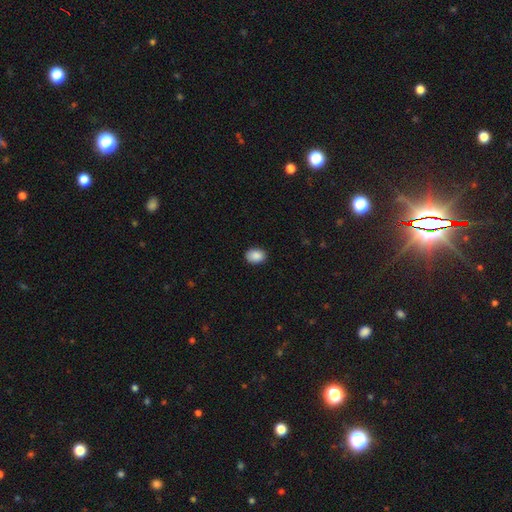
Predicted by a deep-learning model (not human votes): Overall: smooth (89%). How rounded: in between (75%). Merging: none (88%).